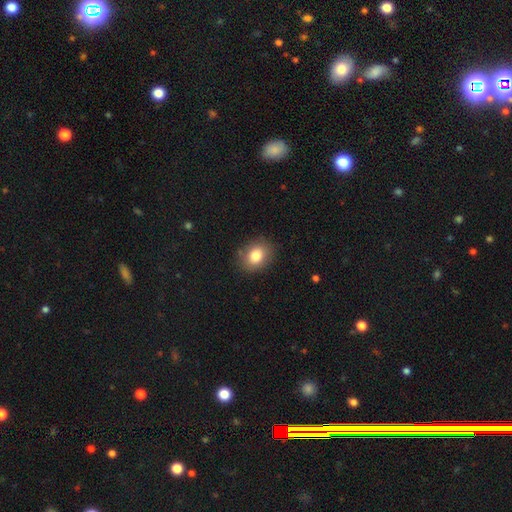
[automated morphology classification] This is clearly a smooth galaxy (82%). How rounded: possibly in between (53%). Merging: clearly none (84%).